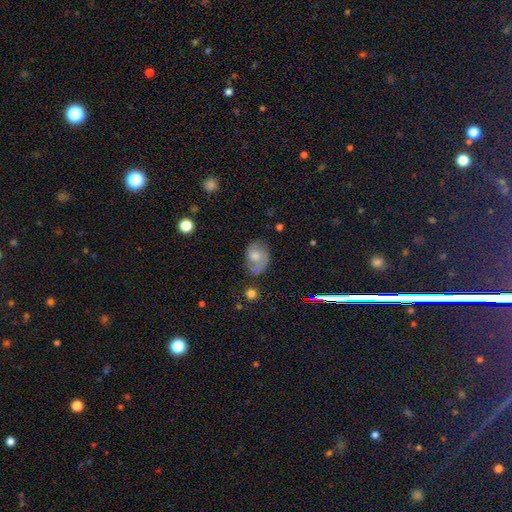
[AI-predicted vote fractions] Smooth or featured? Predicted: featured or disk (p=0.47). Merging? Predicted: none (p=0.57).